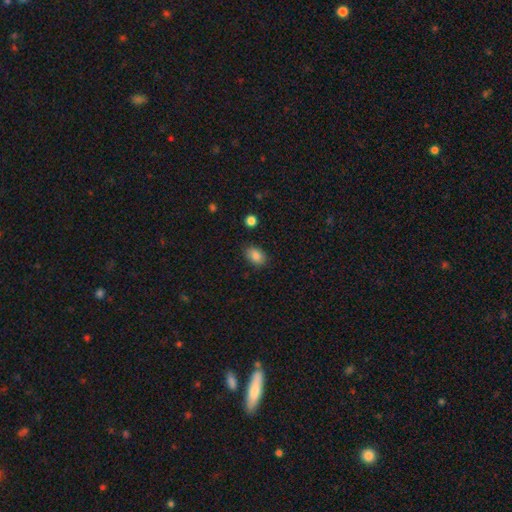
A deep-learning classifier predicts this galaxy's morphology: This appears to be a smooth galaxy with no disk features (86%) that is in between round and cigar-shaped (84%). Merging: none (83%).